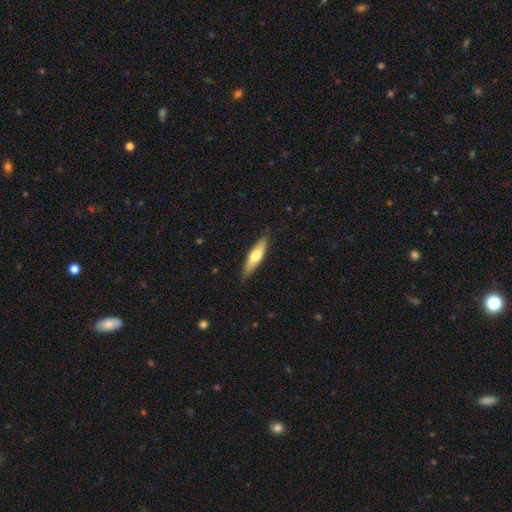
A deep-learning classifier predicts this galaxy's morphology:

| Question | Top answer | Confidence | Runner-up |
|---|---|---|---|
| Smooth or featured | smooth | 60% | featured or disk (34%) |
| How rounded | cigar-shaped | 65% | in between (34%) |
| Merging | none | 85% | minor disturbance (12%) |